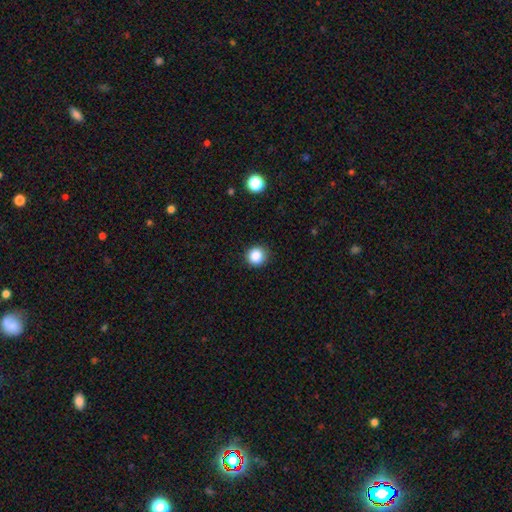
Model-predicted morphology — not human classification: This appears to be a smooth galaxy with no disk features (86%) that is round (93%). Merging: none (90%).